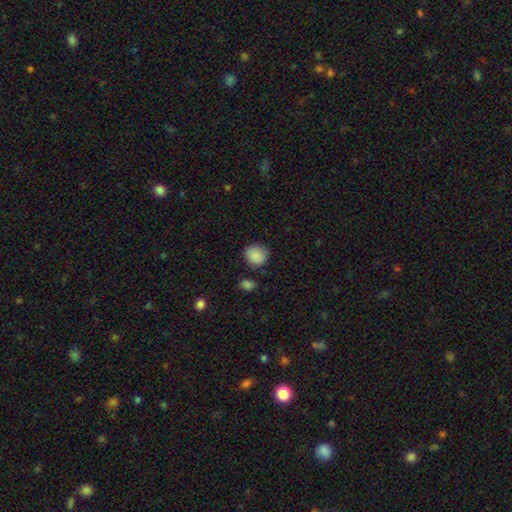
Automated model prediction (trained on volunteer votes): smooth-or-featured: smooth: 88% | star or artifact: 8% | featured or disk: 4%
  how-rounded: round: 83% | in between: 16% | cigar-shaped: 1%
  merging: none: 80% | minor disturbance: 13% | merger: 3% | major disturbance: 3%